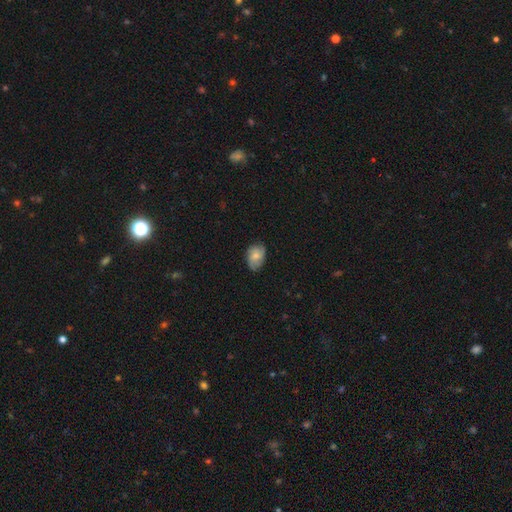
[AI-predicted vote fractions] A smooth galaxy with no disk features (62%) that is in between round and cigar-shaped (75%).

Vote fractions:
- Smooth or featured? smooth: 62% / featured or disk: 31% / star or artifact: 7%
- How rounded? in between: 75% / round: 24% / cigar-shaped: 1%
- Merging? none: 69% / minor disturbance: 25% / major disturbance: 5% / merger: 1%